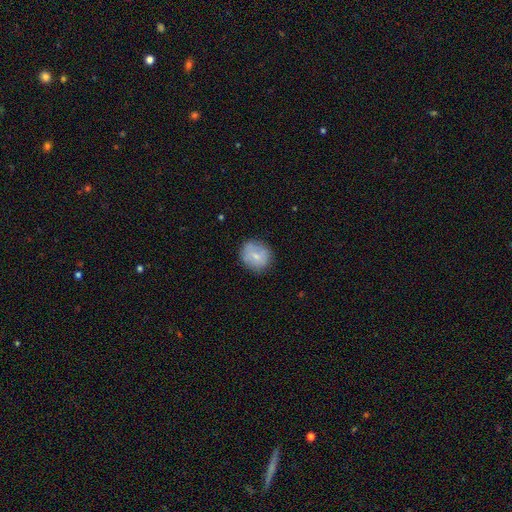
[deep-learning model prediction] This is likely a smooth galaxy (71%). How rounded: likely round (80%). Merging: likely none (79%).